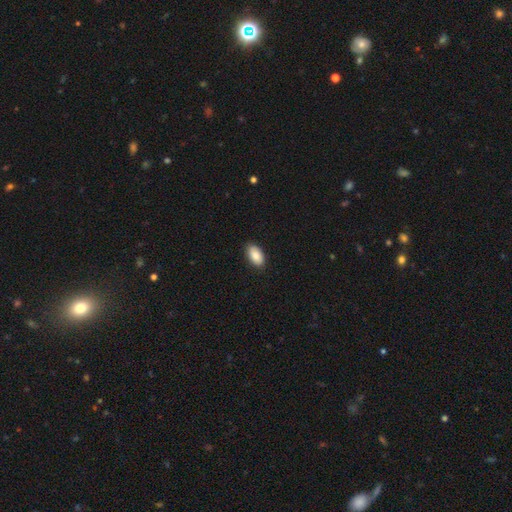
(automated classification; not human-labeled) smooth_or_featured: smooth (p=0.85) [alt: featured or disk p=0.08]
how_rounded: in between (p=0.94) [alt: round p=0.04]
merging: none (p=0.89) [alt: minor disturbance p=0.09]